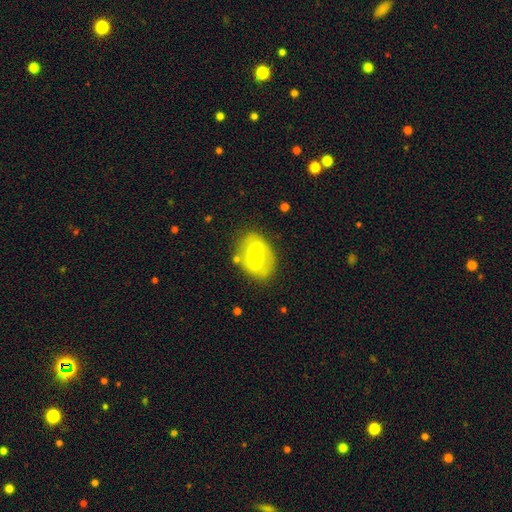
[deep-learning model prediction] Smooth or featured? featured or disk (58%)
Edge-on disk? no (93%)
Bar? weak (38%)
Spiral arms? no (50%, tied with yes)
Bulge size? small (56%)
Merging? none (72%)